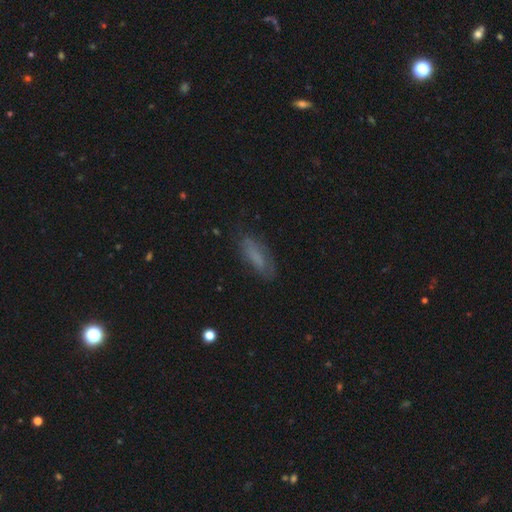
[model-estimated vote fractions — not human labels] A smooth galaxy with no disk features (67%) that is in between round and cigar-shaped (53%). Merging: none (74%).